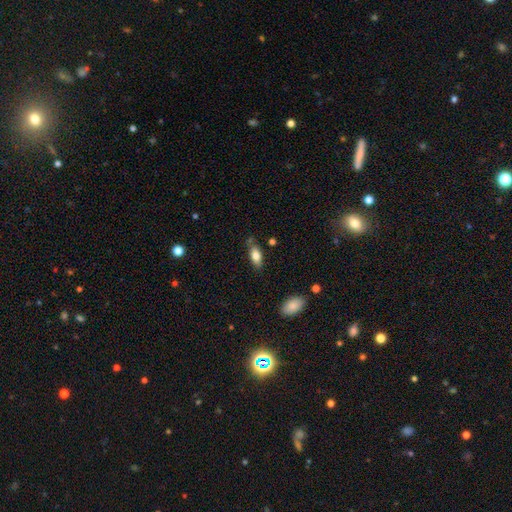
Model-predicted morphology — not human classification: This appears to be a smooth galaxy with no disk features (78%) that is in between round and cigar-shaped (84%). Merging: none (74%).